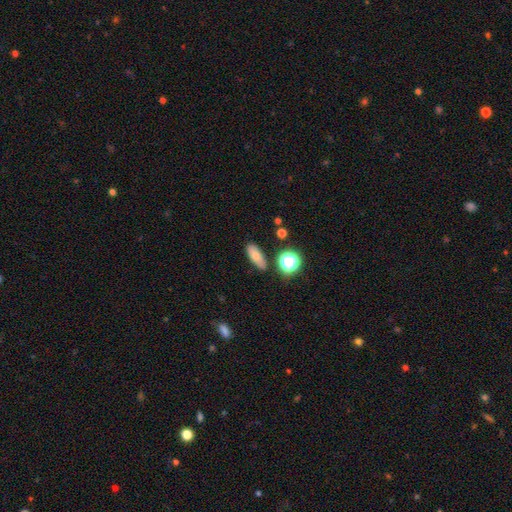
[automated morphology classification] A smooth galaxy with no disk features (74%) that is in between round and cigar-shaped (69%). Merging: none (83%).